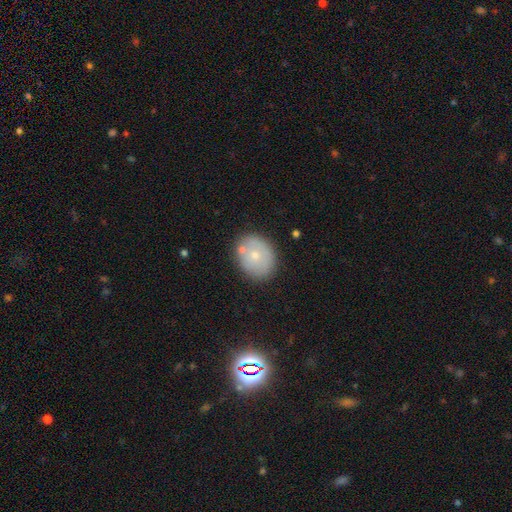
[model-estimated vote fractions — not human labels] Overall: smooth (67%). How rounded: round (55%; in between 44%). Merging: none (74%).